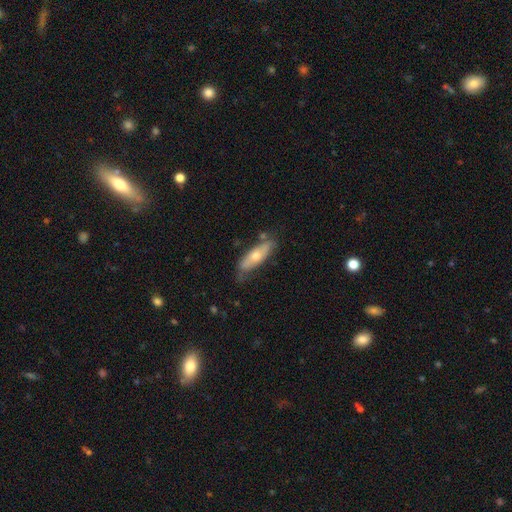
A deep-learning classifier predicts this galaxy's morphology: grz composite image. It shows a smooth galaxy with no disk features (51%) that is cigar-shaped (50%). Merging: none (67%).